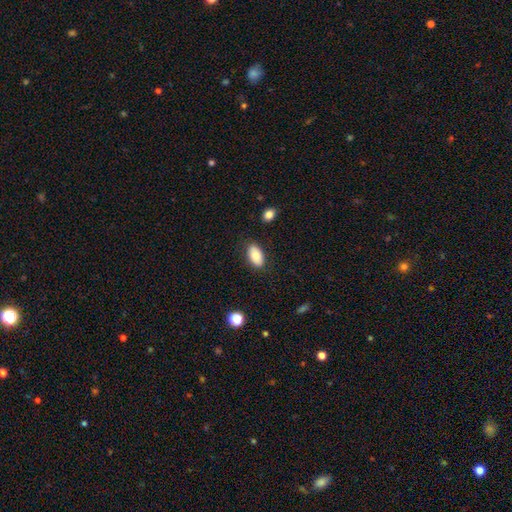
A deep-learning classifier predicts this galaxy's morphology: smooth_or_featured: smooth (p=0.80) [alt: featured or disk p=0.12]
how_rounded: in between (p=0.93) [alt: round p=0.05]
merging: none (p=0.85) [alt: minor disturbance p=0.11]